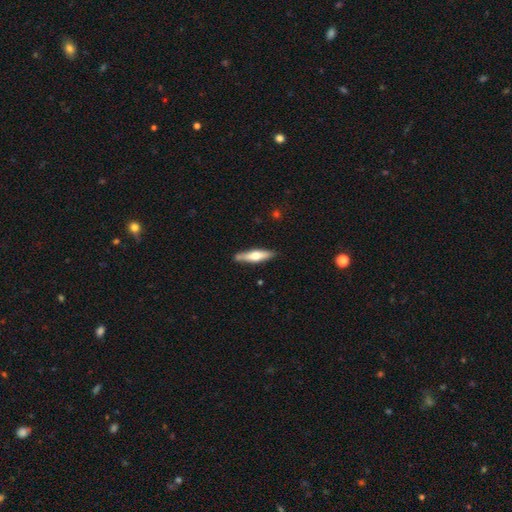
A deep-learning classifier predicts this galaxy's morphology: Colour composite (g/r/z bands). It shows a smooth galaxy with no disk features (49%). Merging: none (82%).